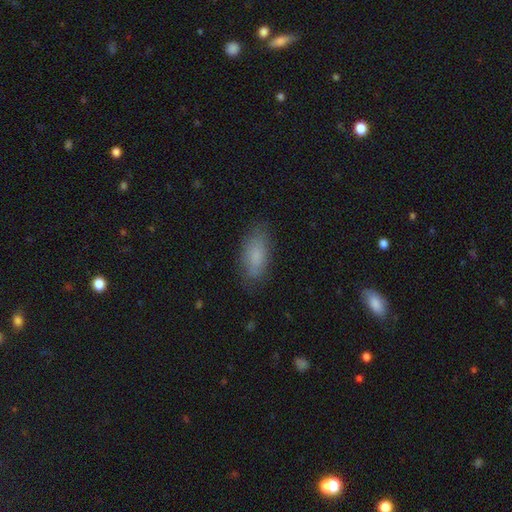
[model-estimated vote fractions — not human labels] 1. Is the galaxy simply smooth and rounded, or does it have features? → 79% smooth, 13% featured or disk, 8% star or artifact.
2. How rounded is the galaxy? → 84% in between, 14% cigar-shaped, 3% round.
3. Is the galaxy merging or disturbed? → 80% none, 15% minor disturbance, 4% major disturbance, 1% merger.